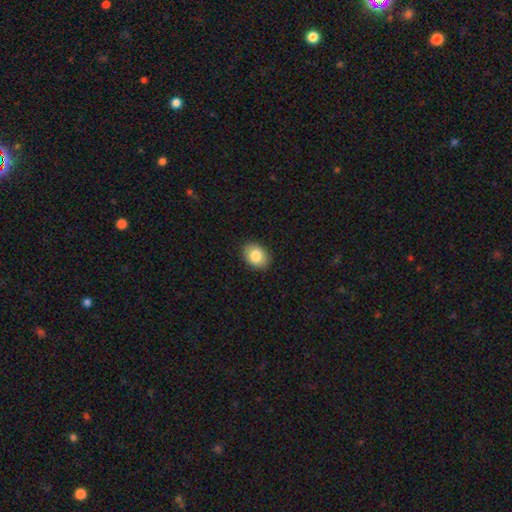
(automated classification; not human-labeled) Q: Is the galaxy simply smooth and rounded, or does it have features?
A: smooth — 84%.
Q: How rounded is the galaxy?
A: in between — 67%.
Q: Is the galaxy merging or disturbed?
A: none — 90%.